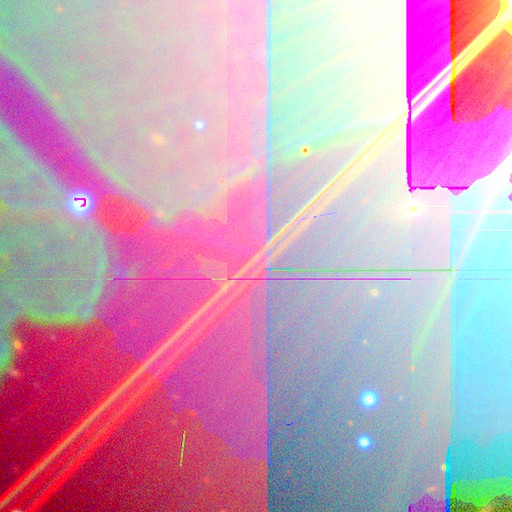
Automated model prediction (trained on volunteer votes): This is clearly a star or artifact rather than a galaxy (89%).